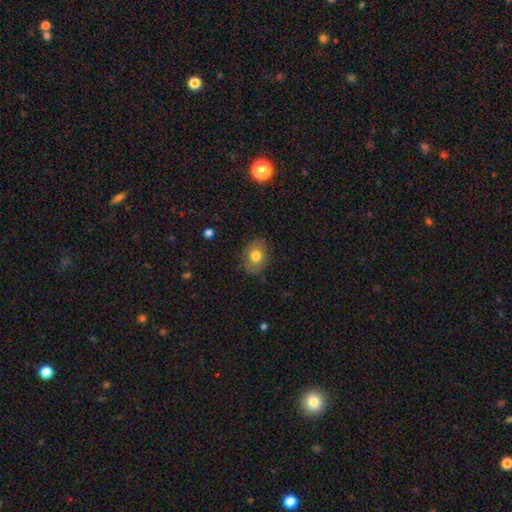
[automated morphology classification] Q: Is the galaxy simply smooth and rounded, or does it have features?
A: smooth — 72%.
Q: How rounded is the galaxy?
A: in between — 59%.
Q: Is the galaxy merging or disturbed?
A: none — 79%.